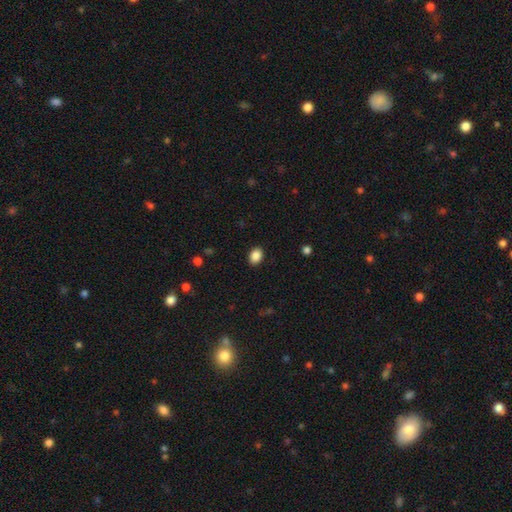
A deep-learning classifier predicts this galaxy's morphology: This appears to be a smooth galaxy with no disk features (88%) that is in between round and cigar-shaped (67%). Merging: none (89%).